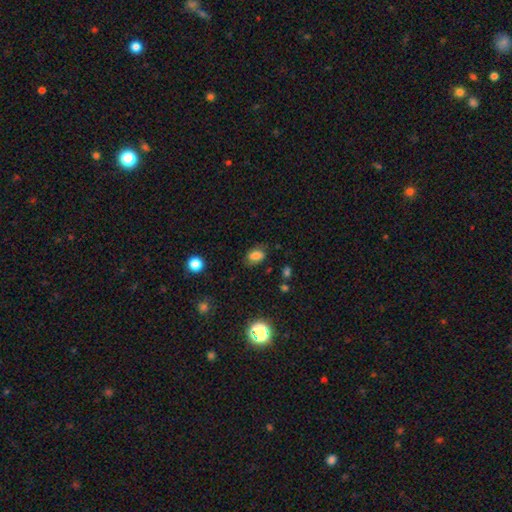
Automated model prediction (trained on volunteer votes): Q: Smooth or featured?
A: smooth (77%); runner-up: star or artifact (12%)
Q: How rounded?
A: in between (78%); runner-up: round (20%)
Q: Merging?
A: none (73%); runner-up: minor disturbance (19%)